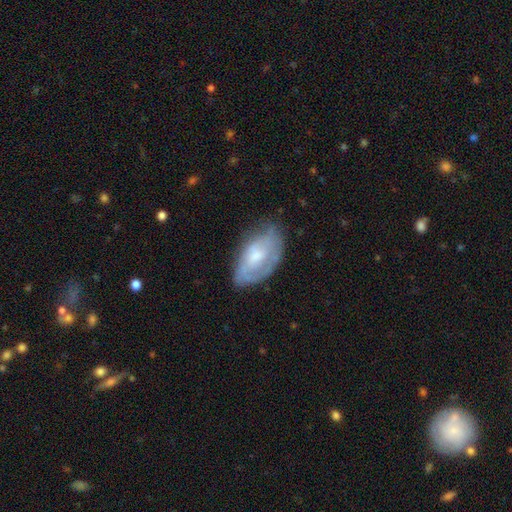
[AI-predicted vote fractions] smooth_or_featured: featured or disk (p=0.57) [alt: smooth p=0.36]
disk_edge_on: no (p=0.93) [alt: yes p=0.07]
bar: no (p=0.63) [alt: weak p=0.31]
has_spiral_arms: yes (p=0.66) [alt: no p=0.34]
bulge_size: moderate (p=0.45) [alt: small p=0.38]
merging: none (p=0.62) [alt: minor disturbance p=0.26]